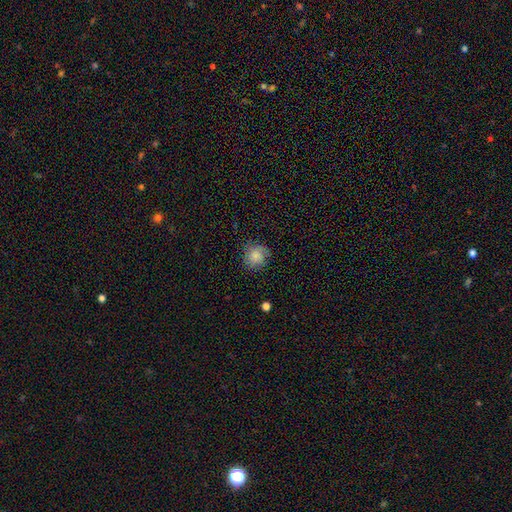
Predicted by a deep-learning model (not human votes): This appears to be a smooth galaxy with no disk features (79%) that is round (84%). Merging: none (74%).